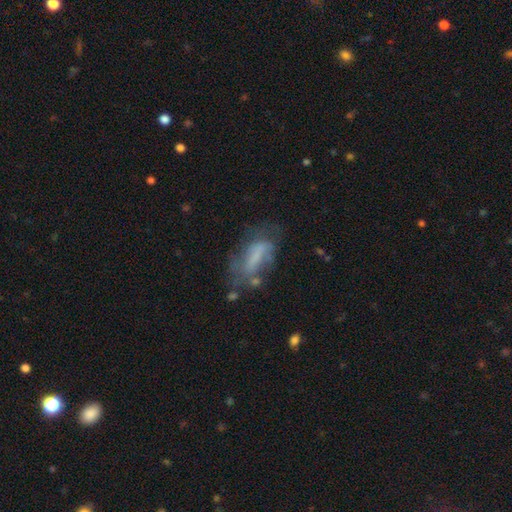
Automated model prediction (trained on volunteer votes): The model was most divided on "smooth or featured": featured or disk: 45%, smooth: 44%, star or artifact: 11%. Remaining: merging — none (43%).